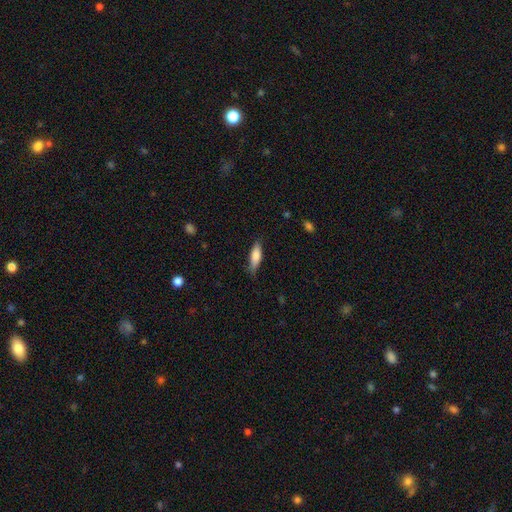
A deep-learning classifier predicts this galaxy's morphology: smooth 77%, featured or disk 17%, star or artifact 6%. Down the decision tree: how rounded — cigar-shaped (51%); merging — none (79%).